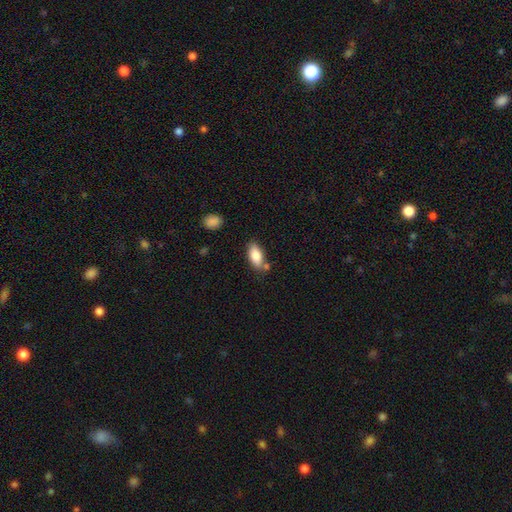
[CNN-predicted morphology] Smooth or featured: smooth — 82% (featured or disk — 11%)
How rounded: in between — 88% (cigar-shaped — 10%)
Merging: none — 70% (minor disturbance — 16%)